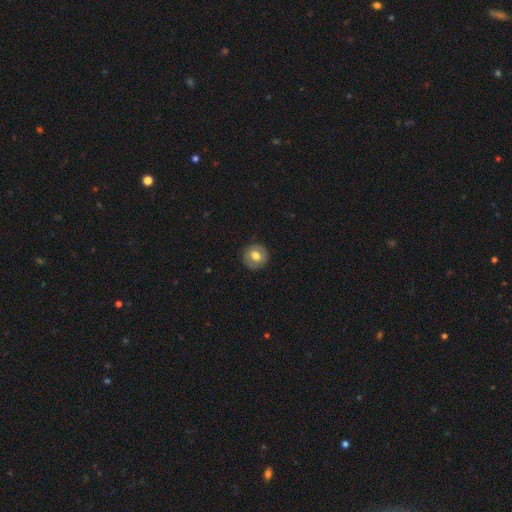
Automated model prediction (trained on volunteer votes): A smooth galaxy with no disk features (70%) that is round (93%).

Vote fractions:
- Smooth or featured? smooth: 70% / featured or disk: 22% / star or artifact: 8%
- How rounded? round: 93% / in between: 6% / cigar-shaped: 1%
- Merging? none: 90% / minor disturbance: 7% / major disturbance: 2% / merger: 1%